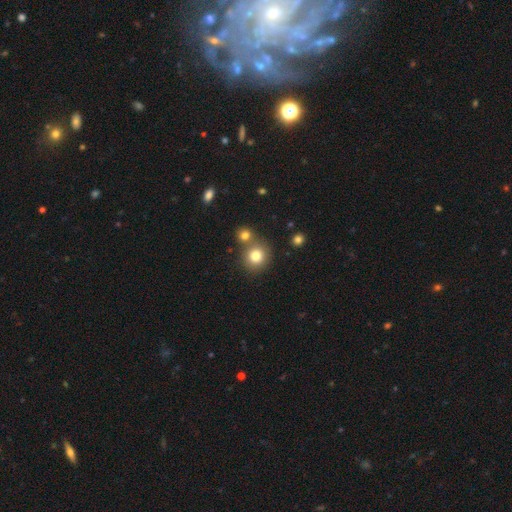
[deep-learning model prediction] Smooth or featured? smooth (79%)
How rounded? round (88%)
Merging? none (64%)